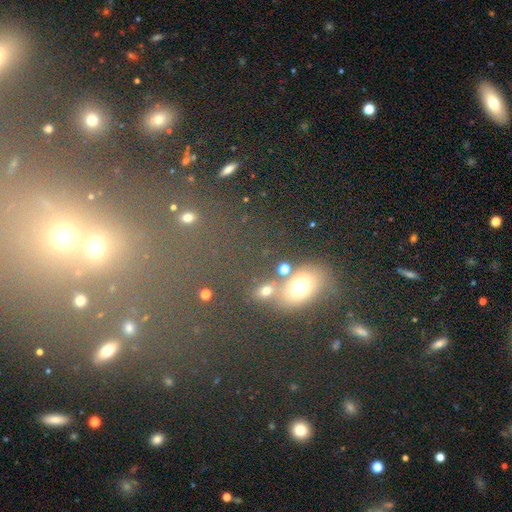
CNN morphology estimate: smooth-or-featured: smooth: 49% | star or artifact: 38% | featured or disk: 14%
  merging: none: 59% | merger: 20% | minor disturbance: 12% | major disturbance: 9%